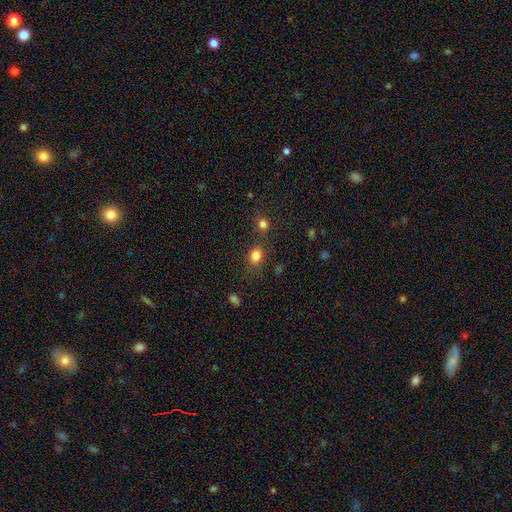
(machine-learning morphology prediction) A smooth galaxy with no disk features (81%) that is round (60%). Merging: none (72%).